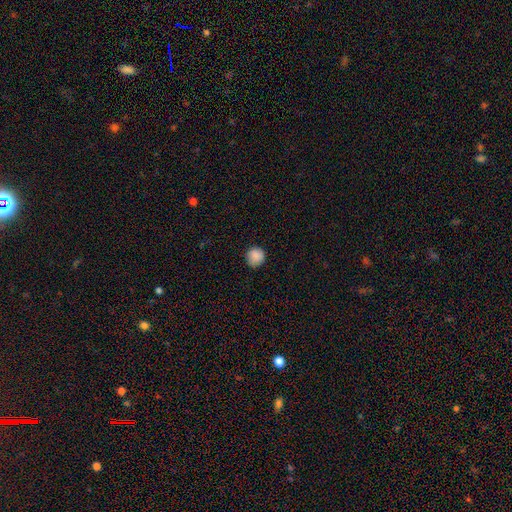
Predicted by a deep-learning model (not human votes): Morphology: type=smooth (87%); roundness=round (94%); merging=none (85%).